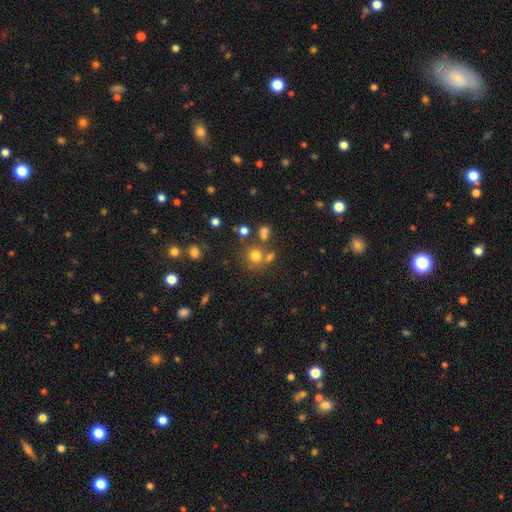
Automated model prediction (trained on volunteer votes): Smooth or featured?
  - smooth: 71% *
  - star or artifact: 18%
  - featured or disk: 11%
How rounded?
  - round: 86% *
  - in between: 13%
  - cigar-shaped: 1%
Merging?
  - none: 62% *
  - merger: 21%
  - minor disturbance: 11%
  - major disturbance: 6%